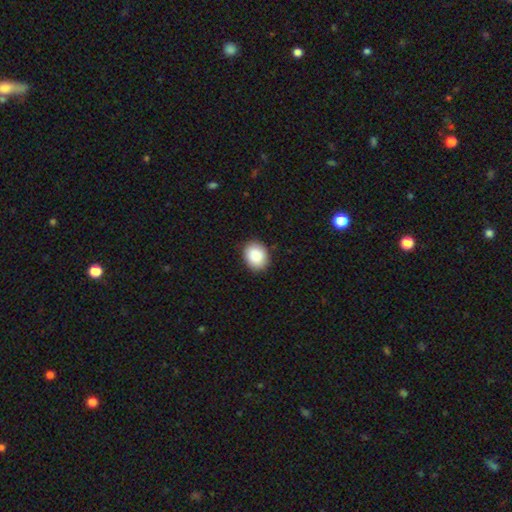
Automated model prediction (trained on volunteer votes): Smooth or featured? Predicted: smooth (p=0.89). How rounded? Predicted: in between (p=0.50). Merging? Predicted: none (p=0.88).